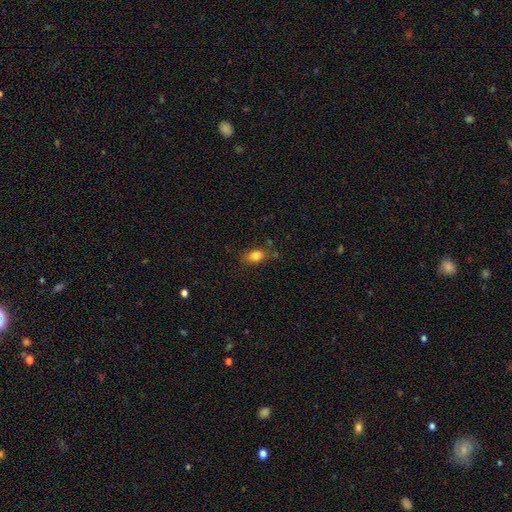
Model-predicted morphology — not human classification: smooth-or-featured: smooth: 82% | star or artifact: 10% | featured or disk: 8%
  how-rounded: in between: 76% | round: 21% | cigar-shaped: 3%
  merging: none: 75% | minor disturbance: 17% | major disturbance: 4% | merger: 3%